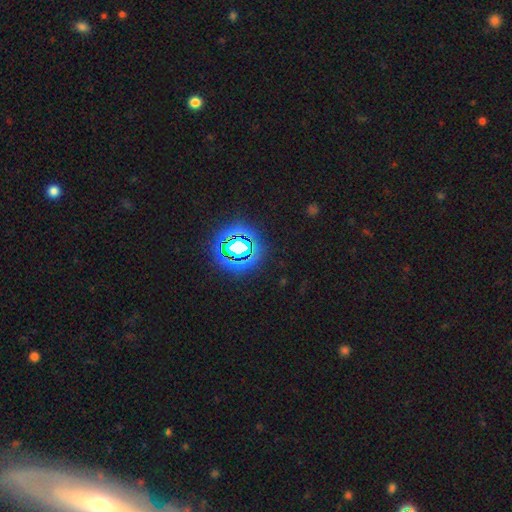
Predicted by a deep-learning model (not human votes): smooth_or_featured: star or artifact (p=0.73) [alt: smooth p=0.16]